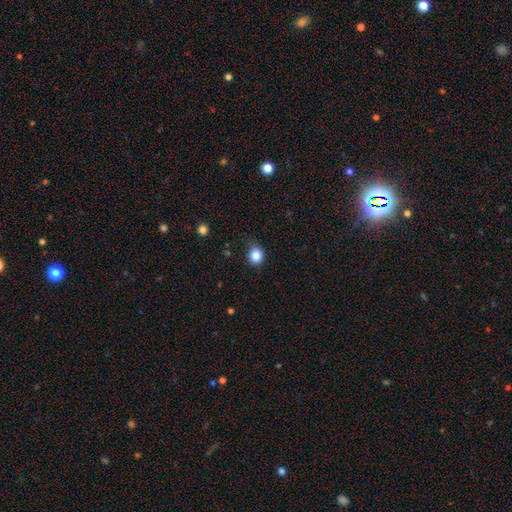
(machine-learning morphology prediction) smooth 85%, star or artifact 11%, featured or disk 4%. Down the decision tree: how rounded — round (79%); merging — none (76%).